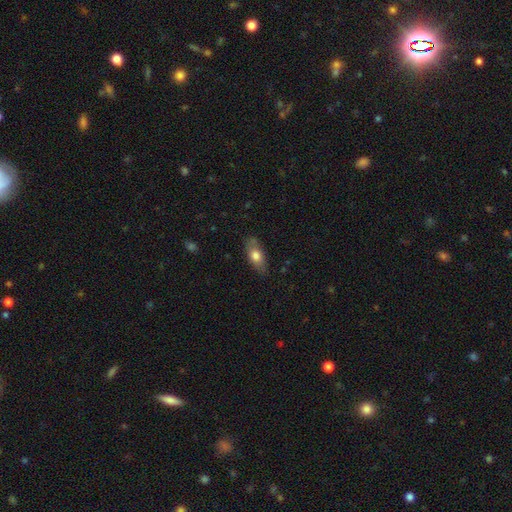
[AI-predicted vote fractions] smooth_or_featured: smooth (p=0.71) [alt: featured or disk p=0.23]
how_rounded: in between (p=0.81) [alt: cigar-shaped p=0.14]
merging: none (p=0.76) [alt: minor disturbance p=0.18]